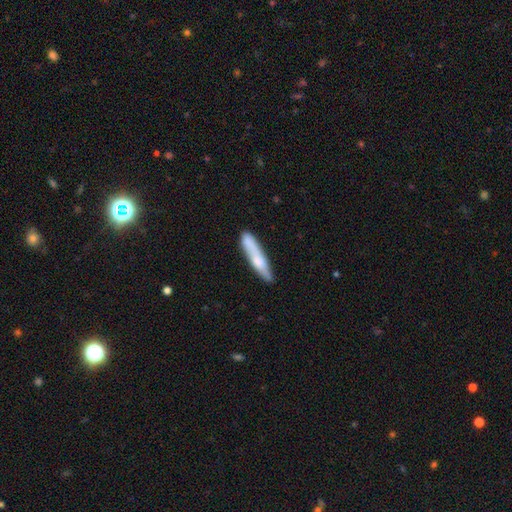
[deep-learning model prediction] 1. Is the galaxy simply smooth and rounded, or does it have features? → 63% smooth, 31% featured or disk, 7% star or artifact.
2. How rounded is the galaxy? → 88% cigar-shaped, 11% in between, 1% round.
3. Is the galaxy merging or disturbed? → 74% none, 17% minor disturbance, 5% merger, 3% major disturbance.